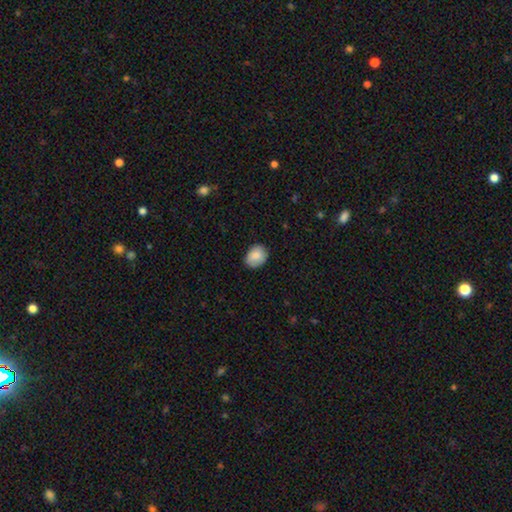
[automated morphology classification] Smooth or featured? smooth (85%)
How rounded? in between (58%)
Merging? none (81%)